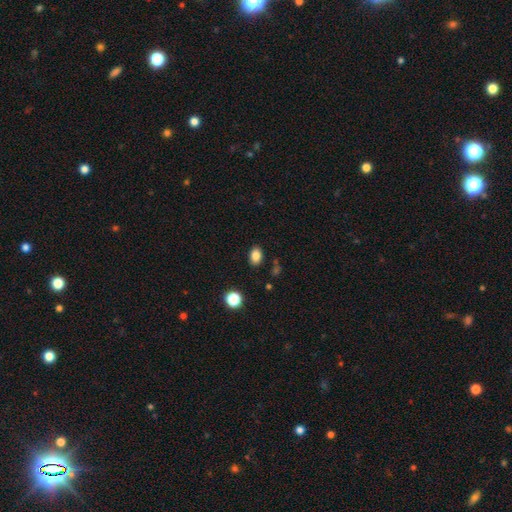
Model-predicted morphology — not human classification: A smooth galaxy with no disk features (85%) that is in between round and cigar-shaped (78%).

Vote fractions:
- Smooth or featured? smooth: 85% / star or artifact: 11% / featured or disk: 5%
- How rounded? in between: 78% / round: 21% / cigar-shaped: 1%
- Merging? none: 86% / minor disturbance: 9% / major disturbance: 2% / merger: 2%